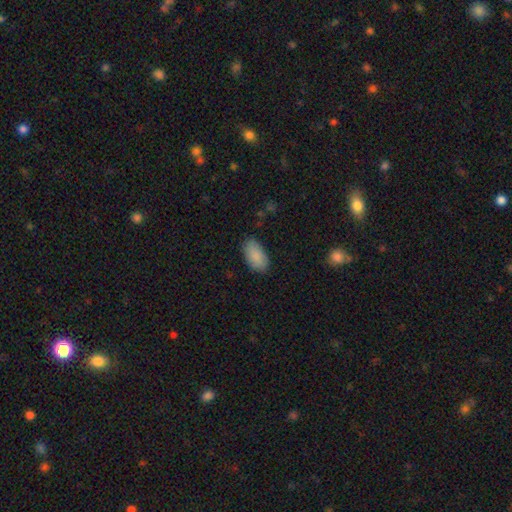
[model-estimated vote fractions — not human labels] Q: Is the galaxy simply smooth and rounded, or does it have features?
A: smooth — 88%.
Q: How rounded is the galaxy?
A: in between — 95%.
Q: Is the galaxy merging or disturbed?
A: none — 82%.